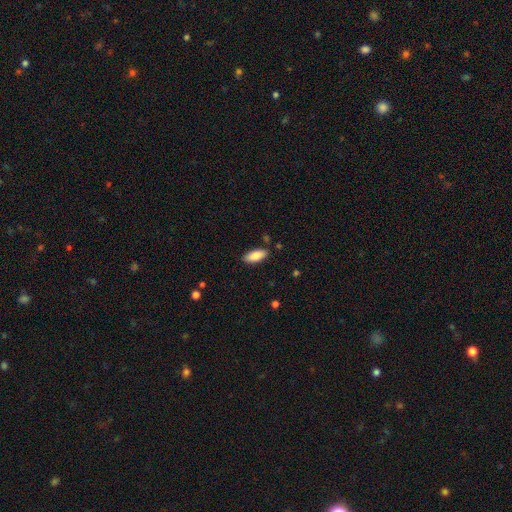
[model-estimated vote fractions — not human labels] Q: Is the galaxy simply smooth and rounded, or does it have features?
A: smooth — 86%.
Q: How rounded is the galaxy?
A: in between — 83%.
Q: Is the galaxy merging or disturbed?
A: none — 86%.